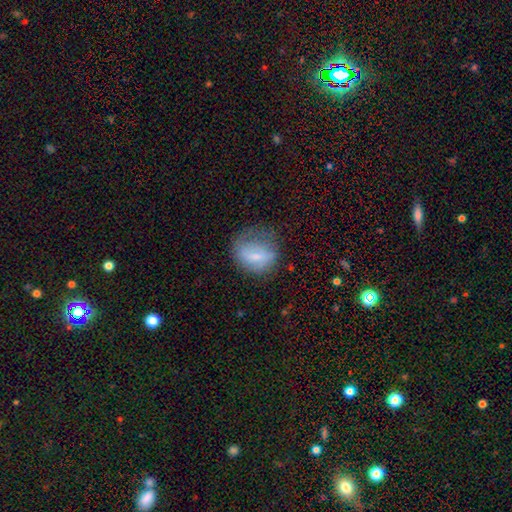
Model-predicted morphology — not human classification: The model was most divided on "merging": none: 45%, minor disturbance: 30%, major disturbance: 24%, merger: 2%. More confident: how rounded — round (60%); smooth or featured — smooth (58%).